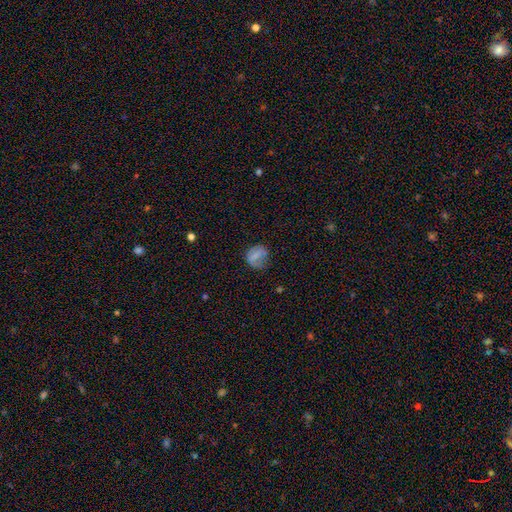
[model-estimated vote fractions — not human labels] Smooth or featured? Predicted: smooth (p=0.63). How rounded? Predicted: round (p=0.65). Merging? Predicted: none (p=0.53).